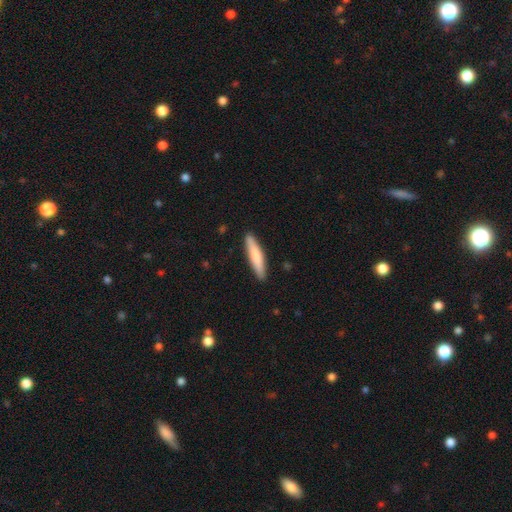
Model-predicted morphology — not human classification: Smooth or featured? smooth (78%)
How rounded? cigar-shaped (86%)
Merging? none (89%)